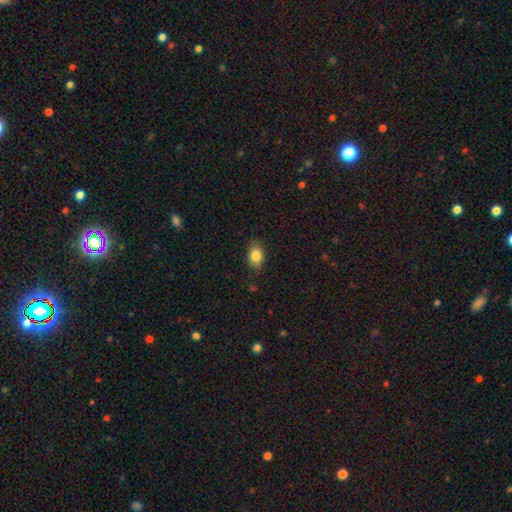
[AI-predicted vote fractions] Smooth or featured? smooth (84%)
How rounded? in between (80%)
Merging? none (83%)